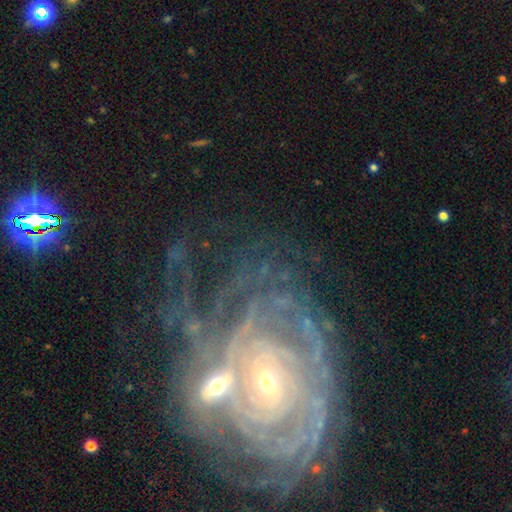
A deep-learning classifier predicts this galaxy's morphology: smooth_or_featured: featured or disk (p=0.85) [alt: star or artifact p=0.09]
disk_edge_on: no (p=0.96) [alt: yes p=0.04]
bar: no (p=0.57) [alt: weak p=0.30]
has_spiral_arms: yes (p=0.94) [alt: no p=0.06]
spiral_winding: tight (p=0.79) [alt: medium p=0.17]
spiral_arm_count: can't tell (p=0.41) [alt: more than 4 p=0.16]
bulge_size: small (p=0.80) [alt: moderate p=0.16]
merging: none (p=0.43) [alt: merger p=0.25]